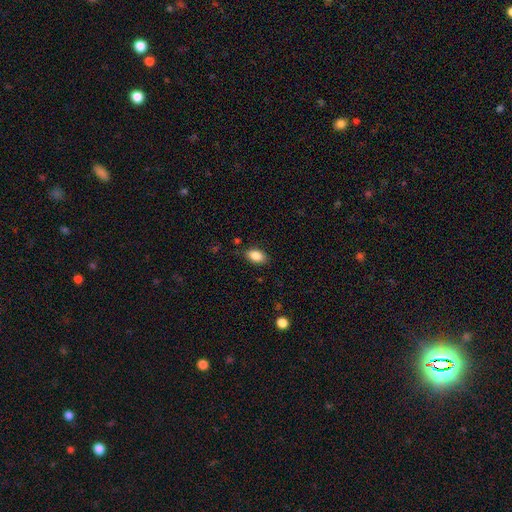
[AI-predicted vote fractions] Smooth or featured: smooth — 87% (star or artifact — 8%)
How rounded: in between — 91% (round — 7%)
Merging: none — 84% (minor disturbance — 12%)